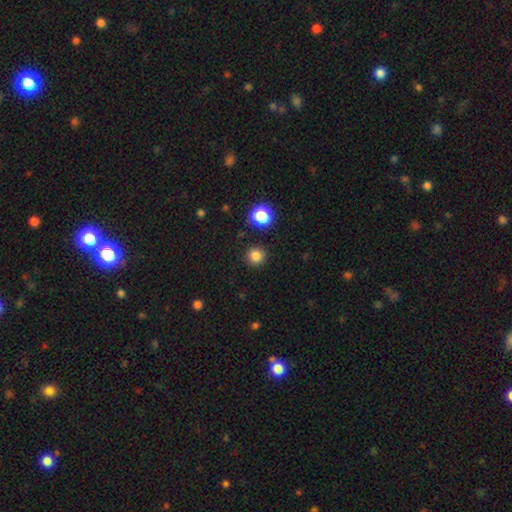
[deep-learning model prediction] The model was most divided on "smooth or featured": smooth: 83%, star or artifact: 14%, featured or disk: 4%. More confident: how rounded — round (94%); merging — none (91%).